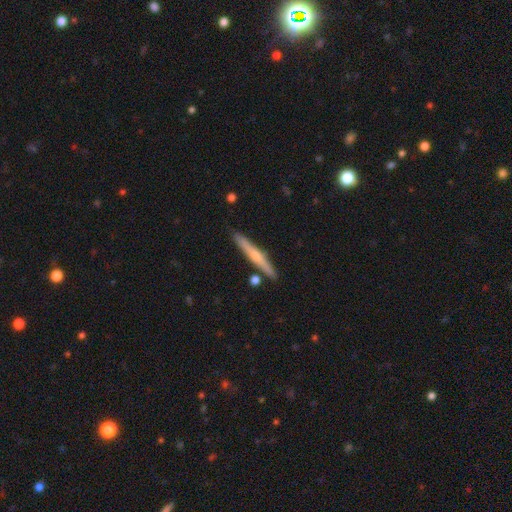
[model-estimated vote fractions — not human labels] smooth_or_featured: featured or disk (p=0.55) [alt: smooth p=0.39]
disk_edge_on: yes (p=0.96) [alt: no p=0.04]
edge_on_bulge: rounded (p=0.70) [alt: none p=0.26]
merging: none (p=0.87) [alt: minor disturbance p=0.08]